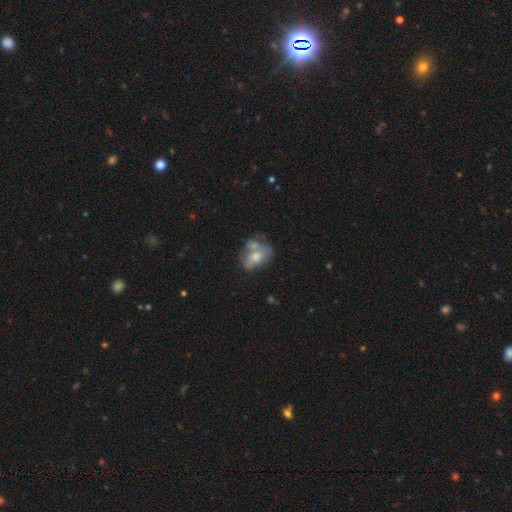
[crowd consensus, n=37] Morphology: type=smooth (57%); roundness=in between (71%); merging=merger (49%).